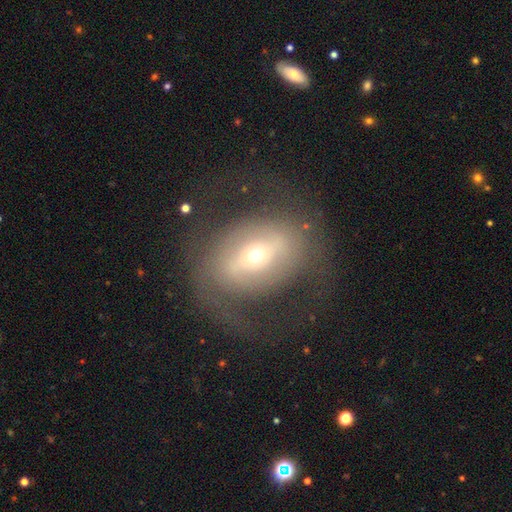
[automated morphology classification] Overall: featured or disk (67%). Edge-on disk: no (92%). Bar: strong (37%; no 34%). Spiral arms: no (50%, tied with yes). Bulge size: small (63%; moderate 30%). Merging: none (63%).